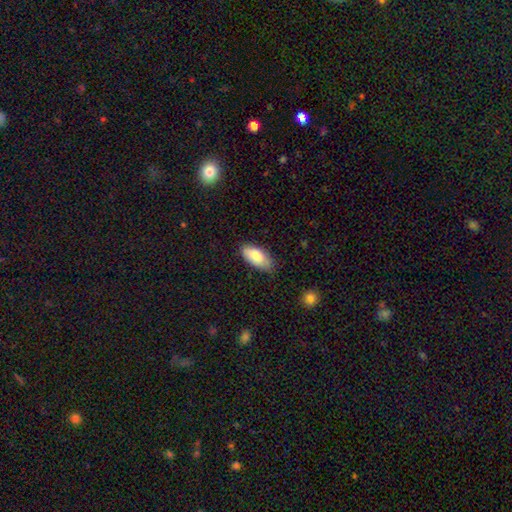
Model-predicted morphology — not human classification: smooth-or-featured: smooth: 80% | featured or disk: 14% | star or artifact: 6%
  how-rounded: in between: 92% | cigar-shaped: 6% | round: 2%
  merging: none: 76% | minor disturbance: 20% | major disturbance: 3% | merger: 1%